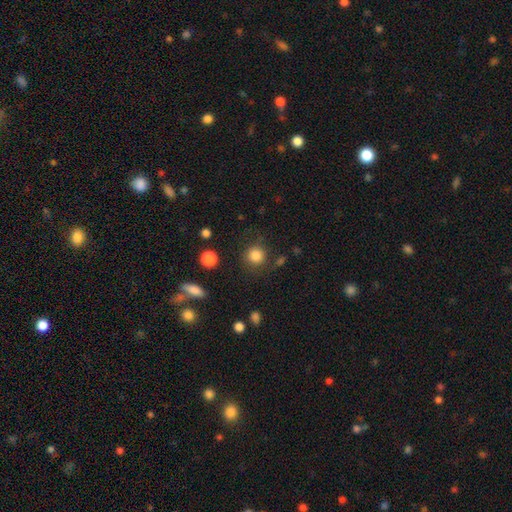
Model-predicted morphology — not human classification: Q: Smooth or featured?
A: smooth (84%); runner-up: star or artifact (11%)
Q: How rounded?
A: round (92%); runner-up: in between (7%)
Q: Merging?
A: none (81%); runner-up: minor disturbance (11%)